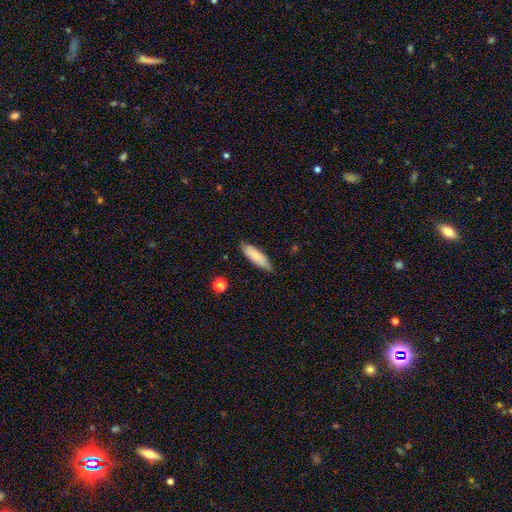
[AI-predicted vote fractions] Morphology: type=smooth (82%); roundness=cigar-shaped (51%); merging=none (80%).